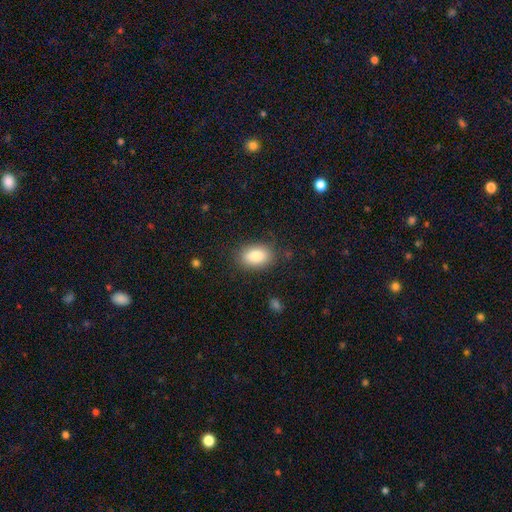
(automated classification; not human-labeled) The model was most divided on "merging": none: 83%, minor disturbance: 12%, major disturbance: 4%, merger: 1%. More confident: how rounded — in between (87%); smooth or featured — smooth (84%).